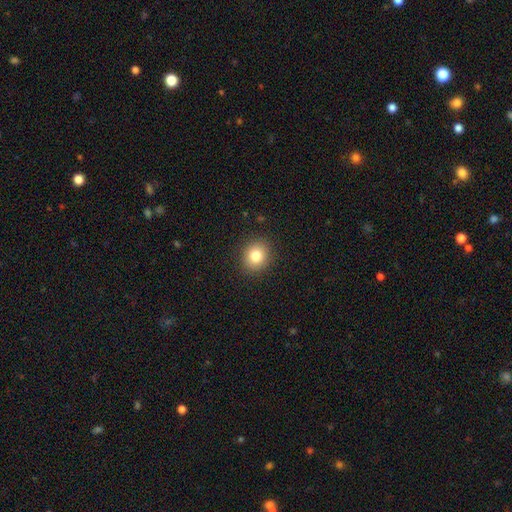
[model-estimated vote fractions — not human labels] A smooth galaxy with no disk features (82%) that is round (79%). Merging: none (90%).